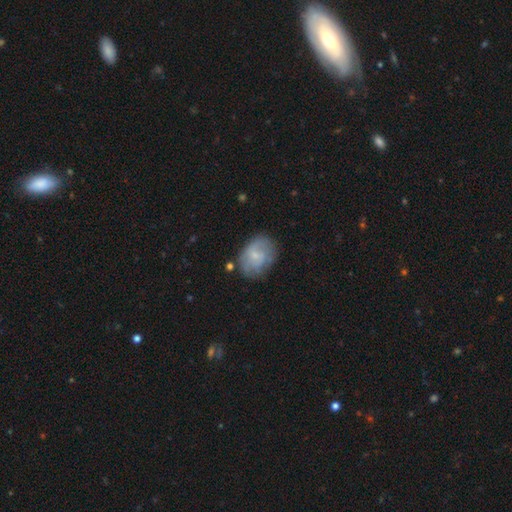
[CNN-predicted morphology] The model was most divided on "smooth or featured": smooth: 51%, featured or disk: 41%, star or artifact: 8%. More confident: how rounded — in between (64%); merging — none (64%).